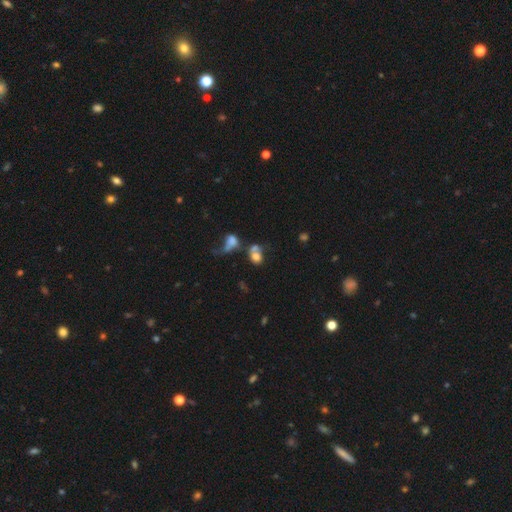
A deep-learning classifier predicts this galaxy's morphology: The model was most divided on "how rounded": round: 53%, in between: 46%, cigar-shaped: 2%. More confident: smooth or featured — smooth (68%); merging — merger (53%).